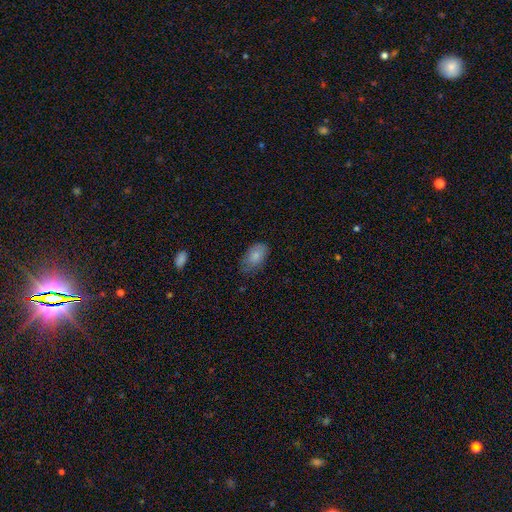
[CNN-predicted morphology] A smooth galaxy with no disk features (81%) that is in between round and cigar-shaped (92%). Merging: none (64%).